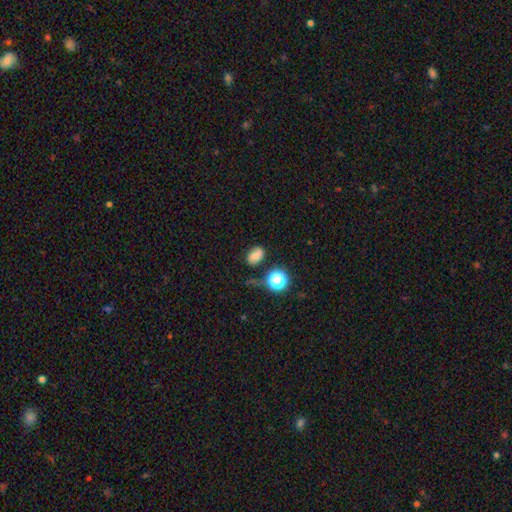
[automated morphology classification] Overall: smooth (63%). How rounded: in between (75%). Merging: none (64%).